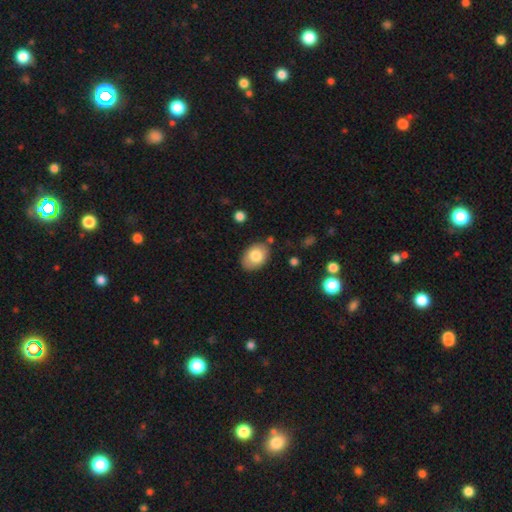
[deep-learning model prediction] The model was most divided on "how rounded": in between: 79%, round: 20%, cigar-shaped: 1%. More confident: merging — none (80%); smooth or featured — smooth (78%).